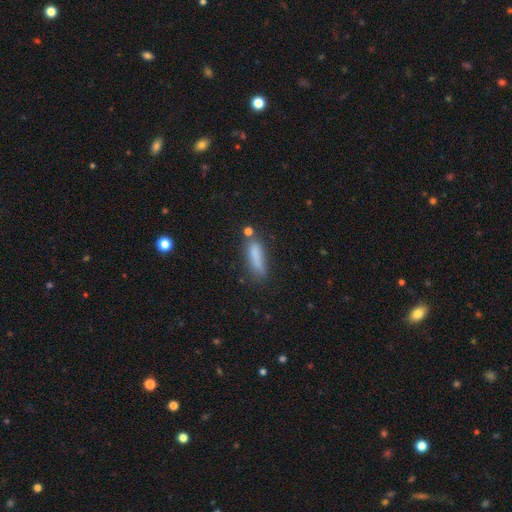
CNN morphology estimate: Smooth or featured: smooth — 80% (featured or disk — 11%)
How rounded: cigar-shaped — 57% (in between — 41%)
Merging: none — 56% (minor disturbance — 25%)